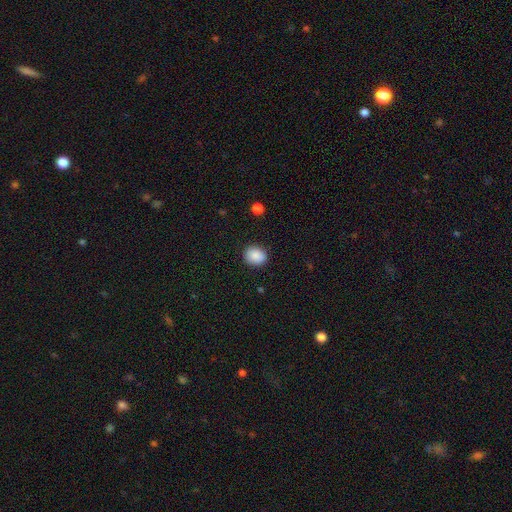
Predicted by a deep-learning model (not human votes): This appears to be a smooth galaxy with no disk features (88%) that is round (63%). Merging: none (87%).